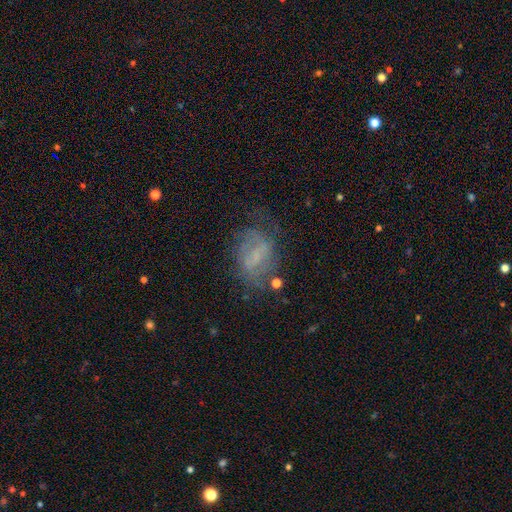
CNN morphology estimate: Smooth or featured? Predicted: featured or disk (p=0.55). Edge-on disk? Predicted: no (p=0.95). Bar? Predicted: weak (p=0.45). Spiral arms? Predicted: yes (p=0.63). Bulge size? Predicted: none (p=0.45). Merging? Predicted: none (p=0.55).